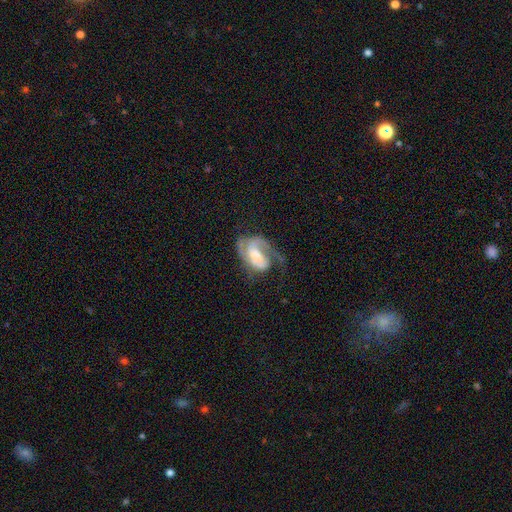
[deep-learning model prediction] smooth_or_featured: featured or disk (p=0.82) [alt: smooth p=0.13]
disk_edge_on: no (p=0.97) [alt: yes p=0.03]
bar: weak (p=0.46) [alt: no p=0.35]
has_spiral_arms: yes (p=0.93) [alt: no p=0.07]
spiral_winding: medium (p=0.45) [alt: tight p=0.34]
spiral_arm_count: 2 (p=0.45) [alt: 1 p=0.36]
bulge_size: moderate (p=0.53) [alt: small p=0.23]
merging: none (p=0.43) [alt: major disturbance p=0.32]